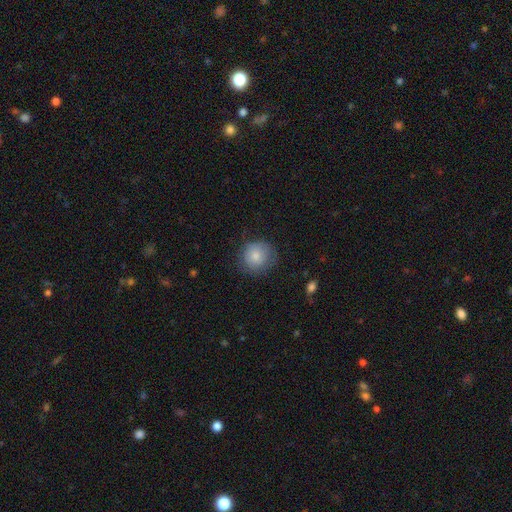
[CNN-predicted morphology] Smooth or featured: smooth — 81% (featured or disk — 12%)
How rounded: round — 87% (in between — 12%)
Merging: none — 73% (minor disturbance — 20%)